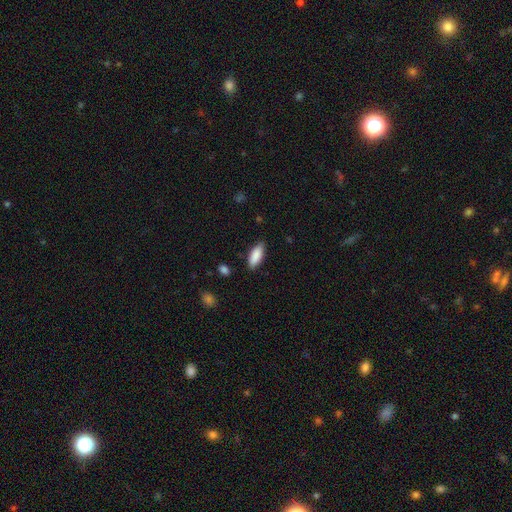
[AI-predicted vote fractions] Q: Smooth or featured?
A: smooth (88%); runner-up: featured or disk (6%)
Q: How rounded?
A: in between (76%); runner-up: cigar-shaped (23%)
Q: Merging?
A: none (83%); runner-up: minor disturbance (13%)